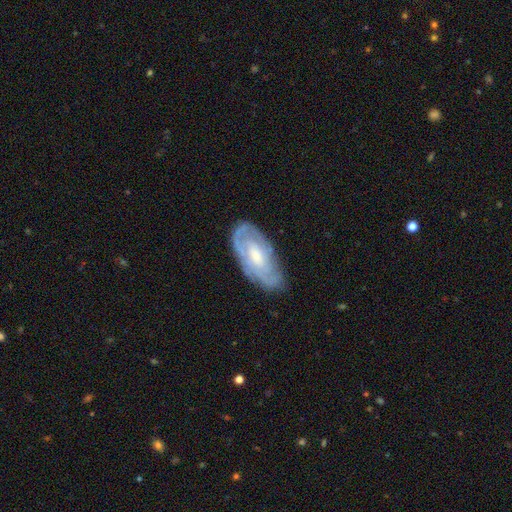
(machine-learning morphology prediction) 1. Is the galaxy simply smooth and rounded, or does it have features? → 70% featured or disk, 24% smooth, 6% star or artifact.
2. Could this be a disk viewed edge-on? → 91% no, 9% yes.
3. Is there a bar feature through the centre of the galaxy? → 59% no, 34% weak, 7% strong.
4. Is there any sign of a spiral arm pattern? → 82% yes, 18% no.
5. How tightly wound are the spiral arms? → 62% tight, 29% medium, 9% loose.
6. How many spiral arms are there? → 50% can't tell, 26% 2, 11% 3, 7% 1, 4% 4, 3% more than 4.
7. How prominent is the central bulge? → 50% moderate, 36% small, 7% large, 5% none, 1% dominant.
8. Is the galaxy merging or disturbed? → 72% none, 20% minor disturbance, 6% major disturbance, 1% merger.